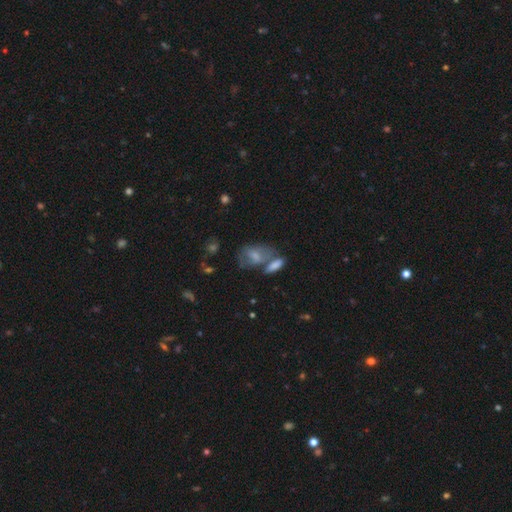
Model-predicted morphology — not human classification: Smooth or featured: smooth — 59% (featured or disk — 31%)
How rounded: in between — 81% (round — 15%)
Merging: merger — 35% (none — 34%)